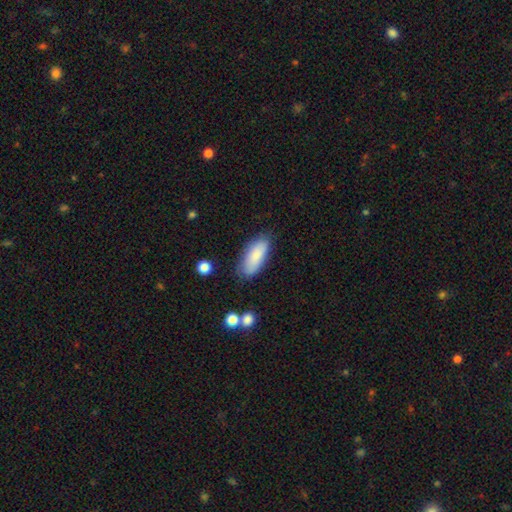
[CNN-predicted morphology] Overall: smooth (81%). How rounded: in between (81%). Merging: none (75%).